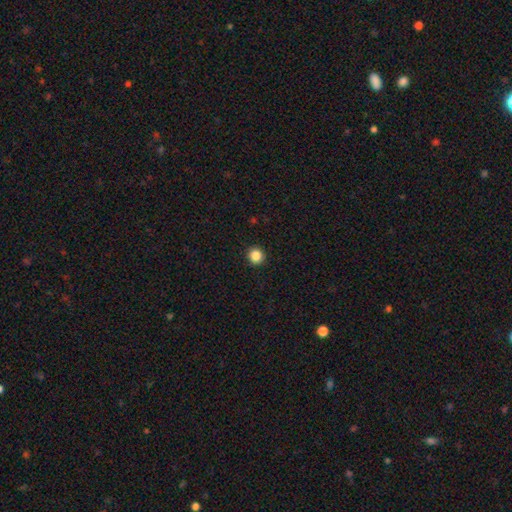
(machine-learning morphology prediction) smooth_or_featured: smooth (p=0.86) [alt: star or artifact p=0.11]
how_rounded: round (p=0.93) [alt: in between p=0.06]
merging: none (p=0.94) [alt: minor disturbance p=0.04]